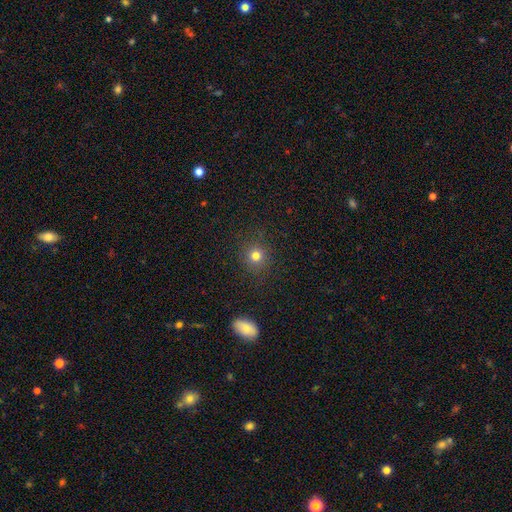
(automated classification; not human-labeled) smooth 78%, star or artifact 15%, featured or disk 7%. Down the decision tree: how rounded — round (92%); merging — none (89%).